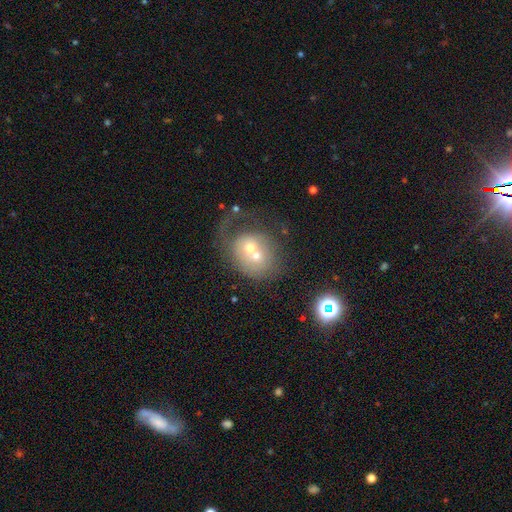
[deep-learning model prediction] Smooth or featured? Predicted: smooth (p=0.47). Merging? Predicted: merger (p=0.60).